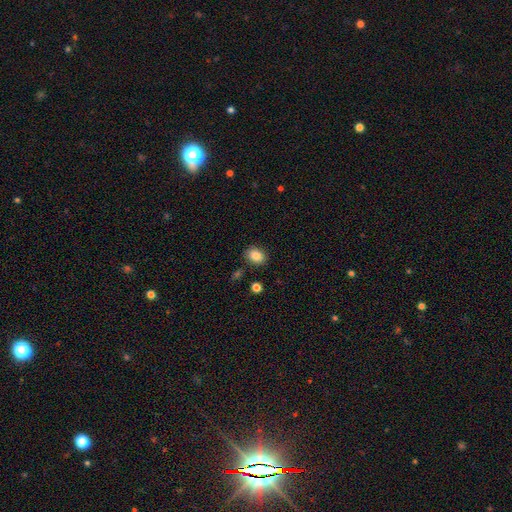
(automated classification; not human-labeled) smooth_or_featured: smooth (p=0.86) [alt: star or artifact p=0.09]
how_rounded: in between (p=0.64) [alt: round p=0.35]
merging: none (p=0.85) [alt: minor disturbance p=0.10]